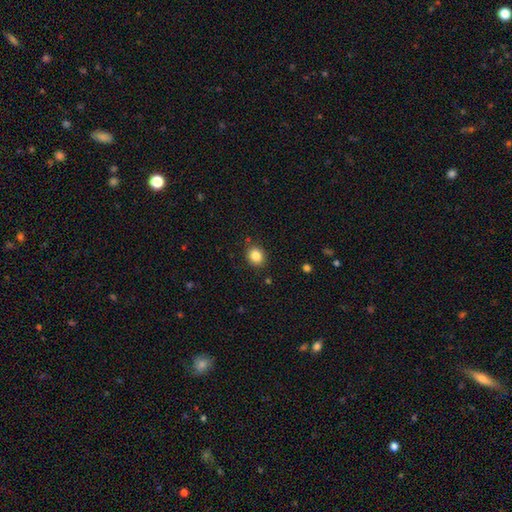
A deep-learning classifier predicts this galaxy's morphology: A smooth galaxy with no disk features (85%) that is round (67%). Merging: none (86%).